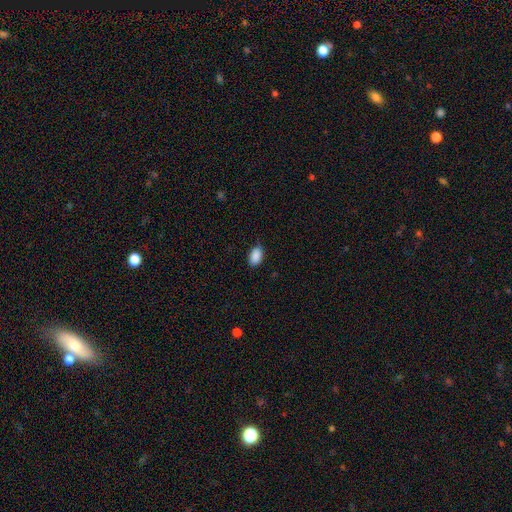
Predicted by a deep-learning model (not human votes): A smooth galaxy with no disk features (90%) that is in between round and cigar-shaped (92%). Merging: none (80%).